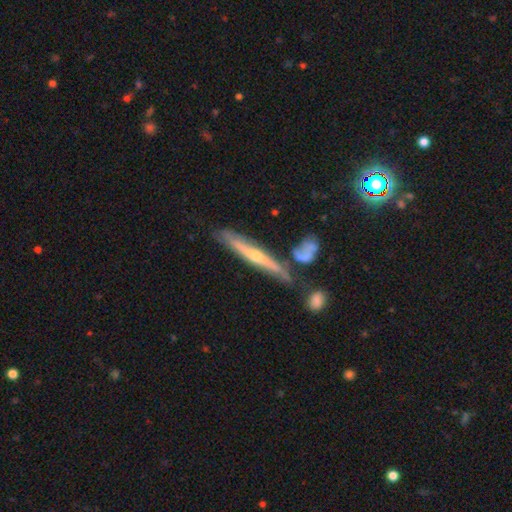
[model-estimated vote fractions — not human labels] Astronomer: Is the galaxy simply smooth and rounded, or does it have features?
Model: featured or disk — 73%.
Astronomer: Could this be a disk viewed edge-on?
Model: yes — 91%.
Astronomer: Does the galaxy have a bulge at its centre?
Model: rounded — 78%.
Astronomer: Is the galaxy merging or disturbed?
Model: none — 70%.